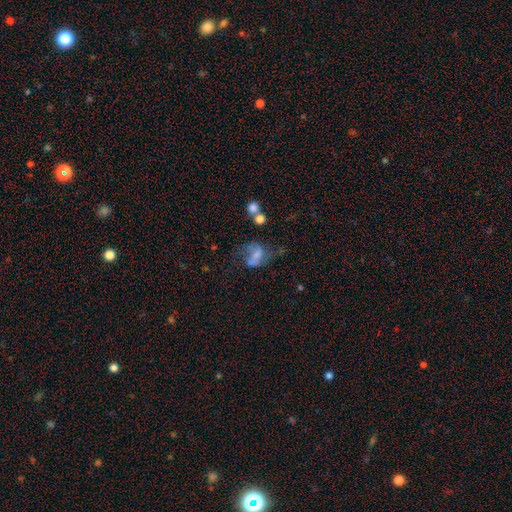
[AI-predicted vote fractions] Smooth or featured? featured or disk (50%)
Edge-on disk? no (96%)
Merging? major disturbance (35%)